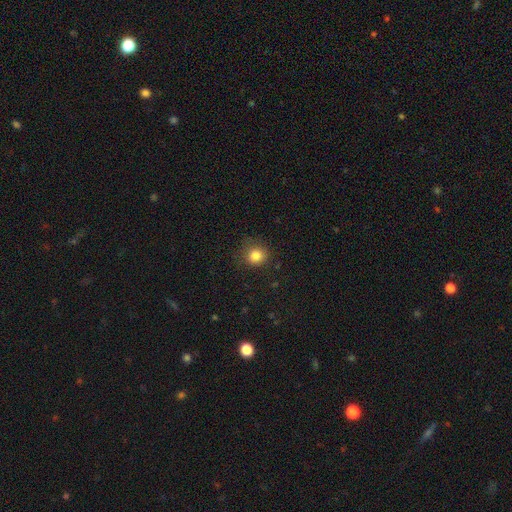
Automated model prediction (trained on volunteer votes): smooth 83%, star or artifact 12%, featured or disk 5%. Down the decision tree: how rounded — round (88%); merging — none (80%).